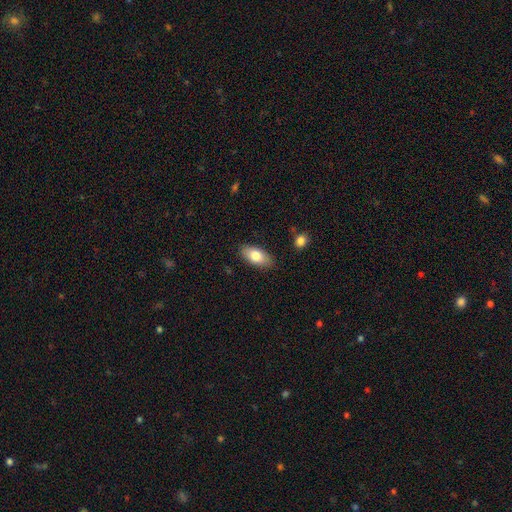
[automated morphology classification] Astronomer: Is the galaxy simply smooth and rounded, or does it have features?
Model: smooth — 79%.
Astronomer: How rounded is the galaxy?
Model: in between — 91%.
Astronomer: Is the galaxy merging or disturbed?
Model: none — 86%.